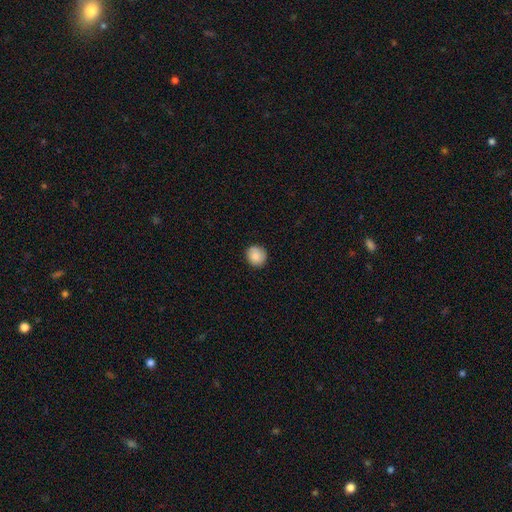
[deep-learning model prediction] smooth_or_featured: smooth (p=0.87) [alt: star or artifact p=0.08]
how_rounded: round (p=0.89) [alt: in between p=0.10]
merging: none (p=0.88) [alt: minor disturbance p=0.09]